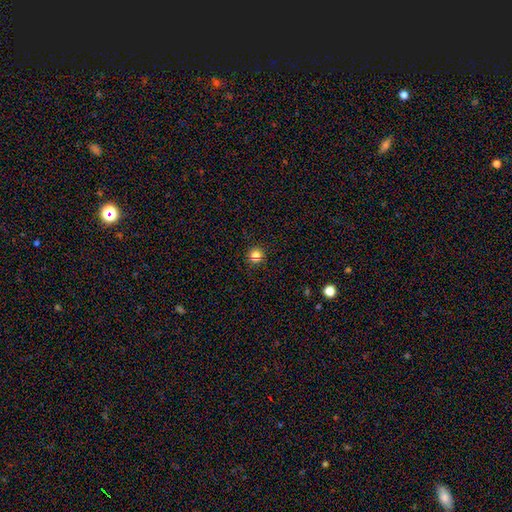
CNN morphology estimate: This appears to be a smooth galaxy with no disk features (81%) that is round (94%). Merging: none (90%).